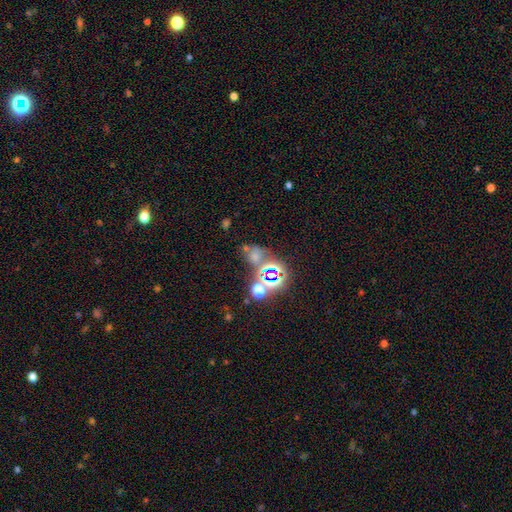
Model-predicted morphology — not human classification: type=star or artifact (45%).